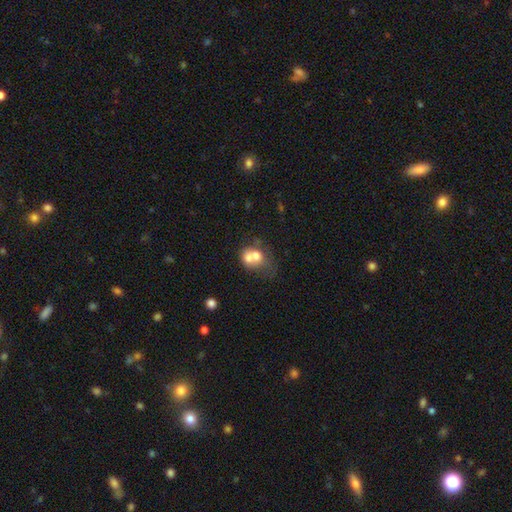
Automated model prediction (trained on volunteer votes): Smooth or featured? Predicted: smooth (p=0.63). How rounded? Predicted: round (p=0.58). Merging? Predicted: merger (p=0.67).